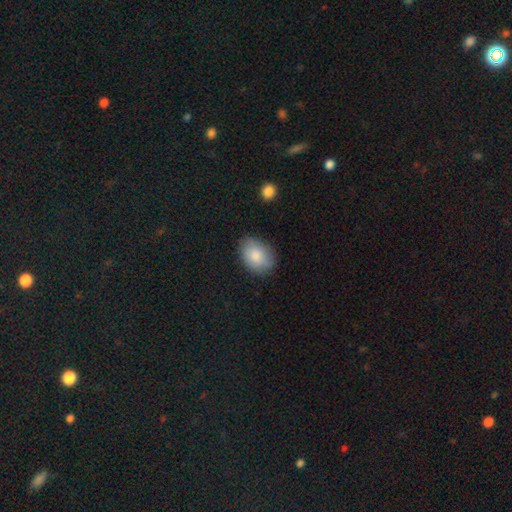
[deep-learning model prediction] Smooth or featured?
  - smooth: 85% *
  - featured or disk: 9%
  - star or artifact: 6%
How rounded?
  - in between: 78% *
  - round: 21%
  - cigar-shaped: 1%
Merging?
  - none: 79% *
  - minor disturbance: 16%
  - major disturbance: 3%
  - merger: 1%